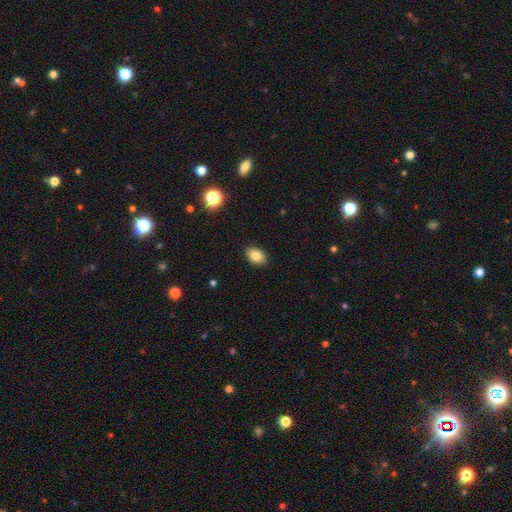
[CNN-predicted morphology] Smooth or featured? Predicted: smooth (p=0.83). How rounded? Predicted: in between (p=0.83). Merging? Predicted: none (p=0.90).